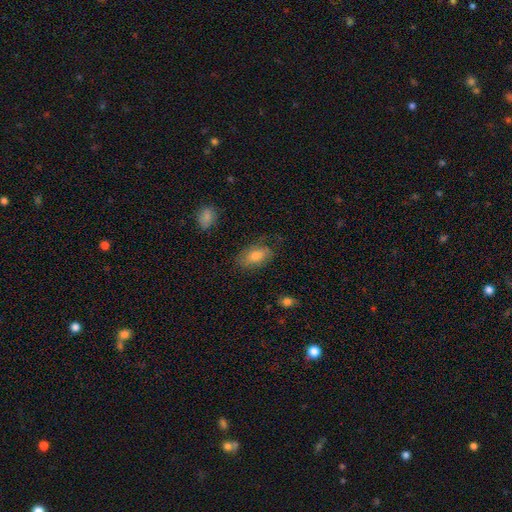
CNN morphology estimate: type=smooth (68%); roundness=in between (91%); merging=none (65%).